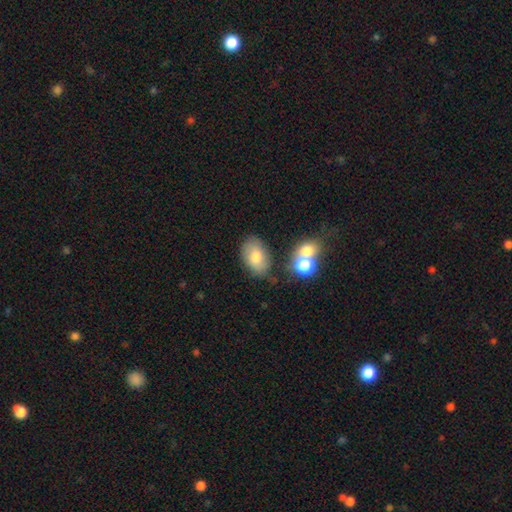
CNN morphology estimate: Smooth or featured: smooth — 73% (featured or disk — 17%)
How rounded: in between — 86% (round — 13%)
Merging: none — 68% (minor disturbance — 18%)